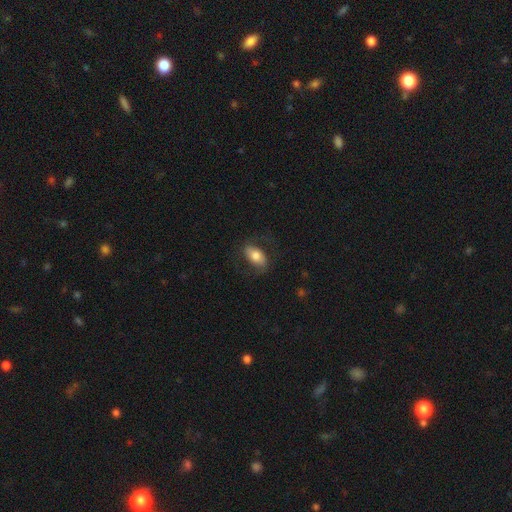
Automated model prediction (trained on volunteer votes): Q: Smooth or featured?
A: smooth (63%); runner-up: featured or disk (30%)
Q: How rounded?
A: in between (90%); runner-up: round (8%)
Q: Merging?
A: none (71%); runner-up: minor disturbance (16%)